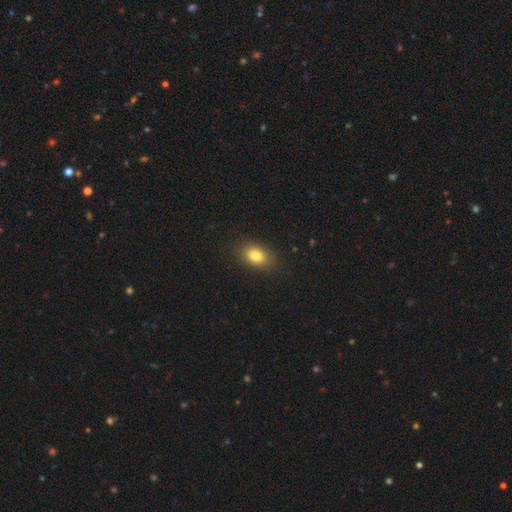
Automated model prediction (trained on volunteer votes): Overall: smooth (82%). How rounded: in between (80%). Merging: none (87%).